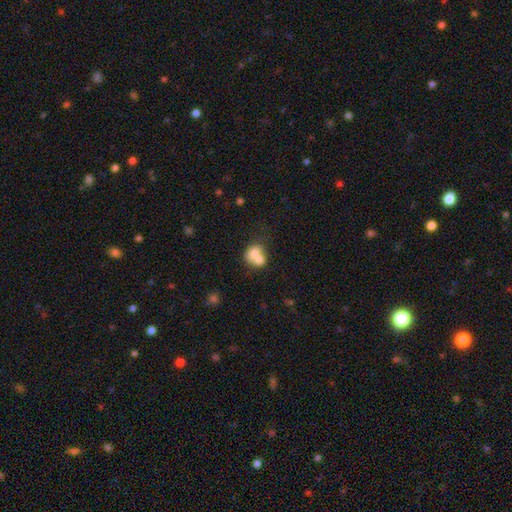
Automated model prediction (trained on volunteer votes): Morphology: type=smooth (71%); roundness=round (58%); merging=merger (64%).